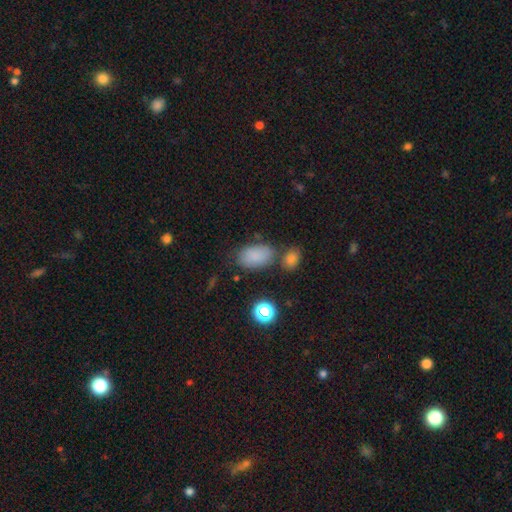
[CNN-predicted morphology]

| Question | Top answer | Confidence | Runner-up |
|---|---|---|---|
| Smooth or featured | smooth | 82% | star or artifact (11%) |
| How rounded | in between | 91% | round (8%) |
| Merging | none | 66% | minor disturbance (17%) |